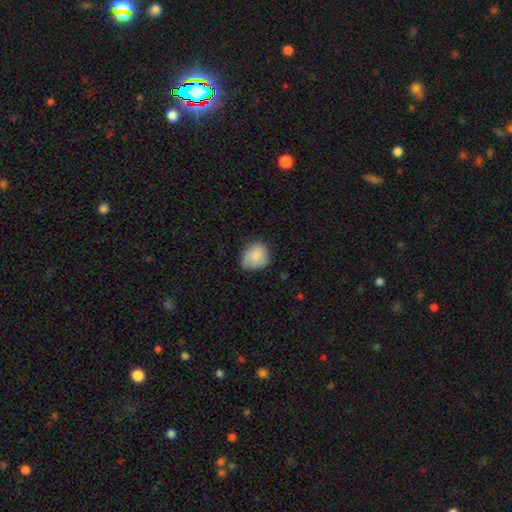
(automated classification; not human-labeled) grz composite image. It shows a smooth galaxy with no disk features (82%) that is round (70%). Merging: none (57%).